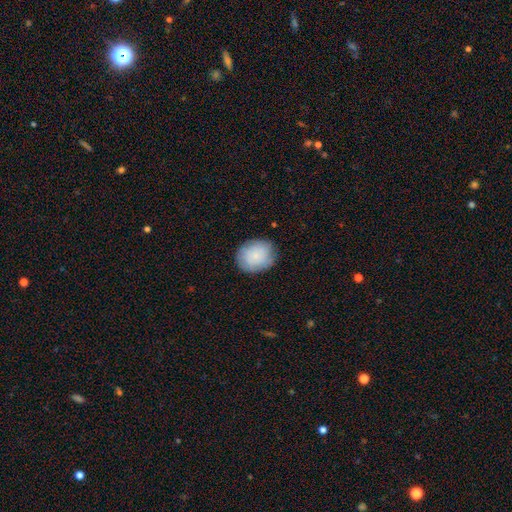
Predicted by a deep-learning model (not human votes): The model was most divided on "how rounded": round: 61%, in between: 38%, cigar-shaped: 1%. More confident: merging — none (82%); smooth or featured — smooth (80%).